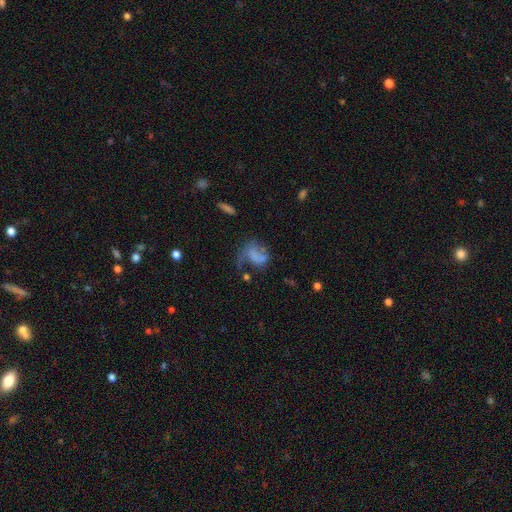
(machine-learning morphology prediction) This appears to be a smooth galaxy with no disk features (45%). Merging: major disturbance (47%).